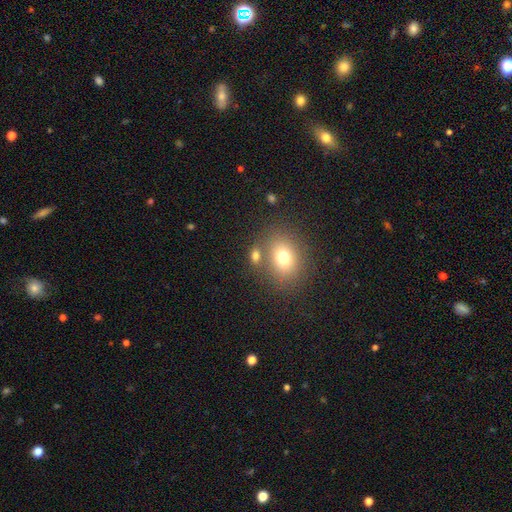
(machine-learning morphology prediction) Smooth or featured?
  - smooth: 75% *
  - star or artifact: 13%
  - featured or disk: 12%
How rounded?
  - in between: 57% *
  - round: 41%
  - cigar-shaped: 2%
Merging?
  - none: 62% *
  - merger: 21%
  - minor disturbance: 11%
  - major disturbance: 5%